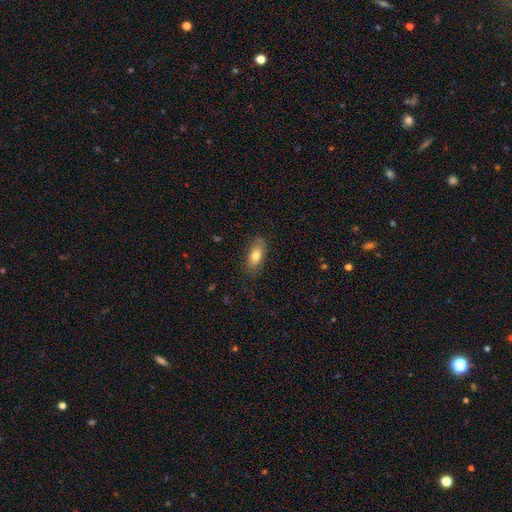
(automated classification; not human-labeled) Smooth or featured? Predicted: smooth (p=0.78). How rounded? Predicted: in between (p=0.83). Merging? Predicted: none (p=0.80).